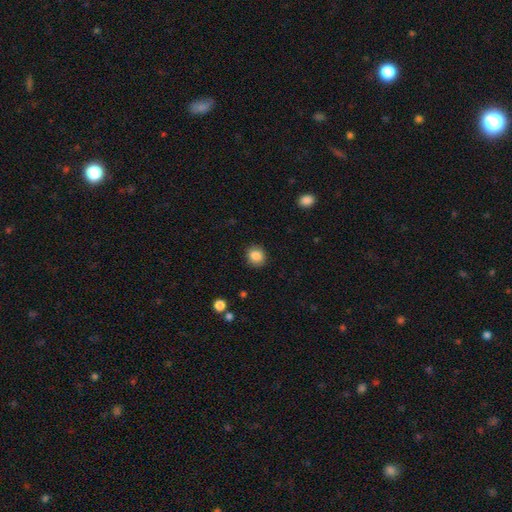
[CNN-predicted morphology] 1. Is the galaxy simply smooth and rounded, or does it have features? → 86% smooth, 9% star or artifact, 5% featured or disk.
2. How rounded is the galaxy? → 79% round, 20% in between, 1% cigar-shaped.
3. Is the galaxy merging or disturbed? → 89% none, 8% minor disturbance, 2% major disturbance, 1% merger.